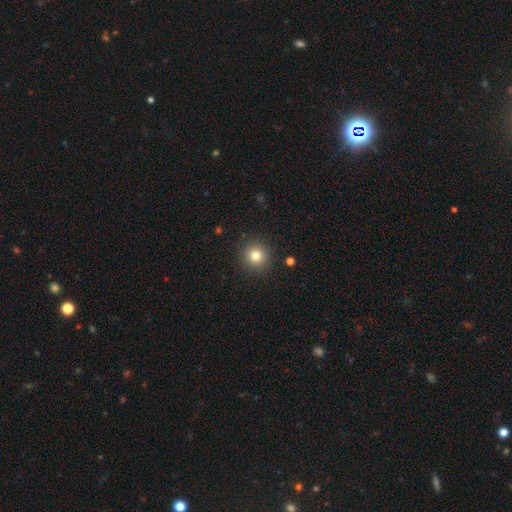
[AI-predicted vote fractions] smooth_or_featured: smooth (p=0.80) [alt: star or artifact p=0.13]
how_rounded: round (p=0.93) [alt: in between p=0.06]
merging: none (p=0.91) [alt: minor disturbance p=0.06]